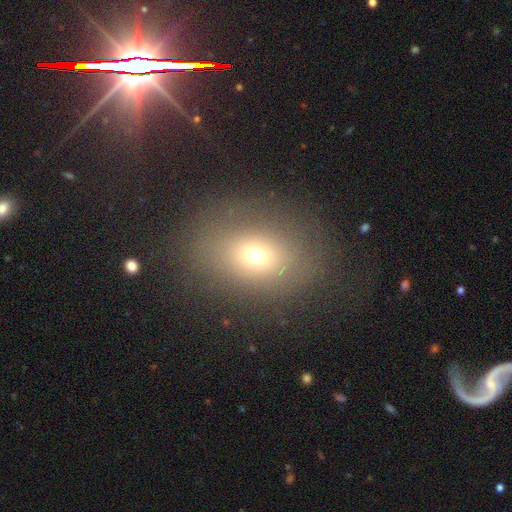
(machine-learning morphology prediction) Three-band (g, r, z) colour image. It shows a smooth galaxy with no disk features (64%) that is in between round and cigar-shaped (57%). Merging: none (72%).